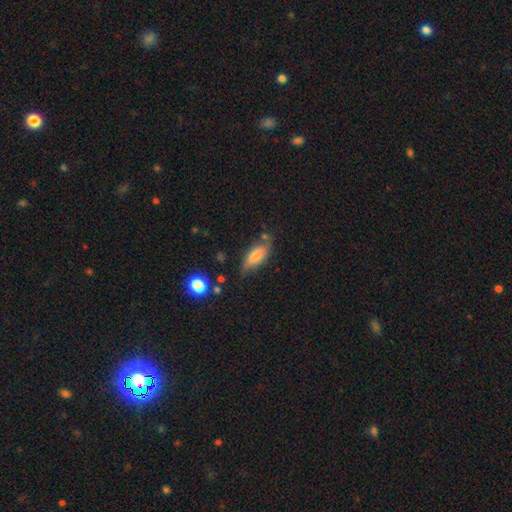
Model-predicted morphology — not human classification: Smooth or featured? Predicted: smooth (p=0.67). How rounded? Predicted: in between (p=0.71). Merging? Predicted: none (p=0.65).